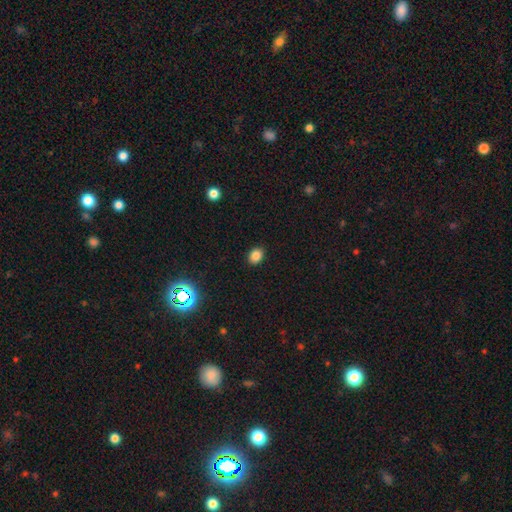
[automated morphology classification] Overall: smooth (84%). How rounded: in between (54%; round 45%). Merging: none (90%).